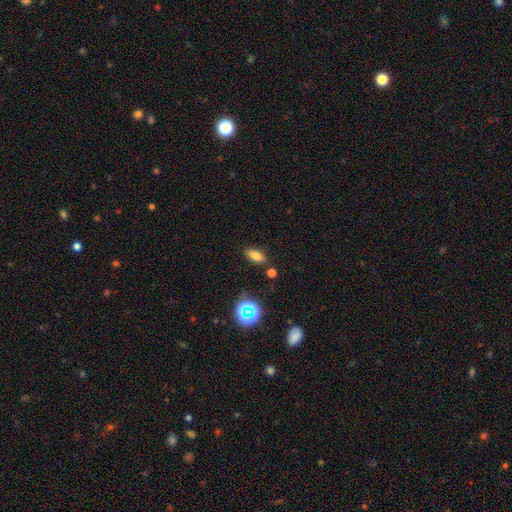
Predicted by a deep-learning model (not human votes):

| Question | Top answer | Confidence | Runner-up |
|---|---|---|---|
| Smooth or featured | smooth | 76% | star or artifact (15%) |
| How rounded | in between | 80% | cigar-shaped (13%) |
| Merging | none | 83% | minor disturbance (10%) |